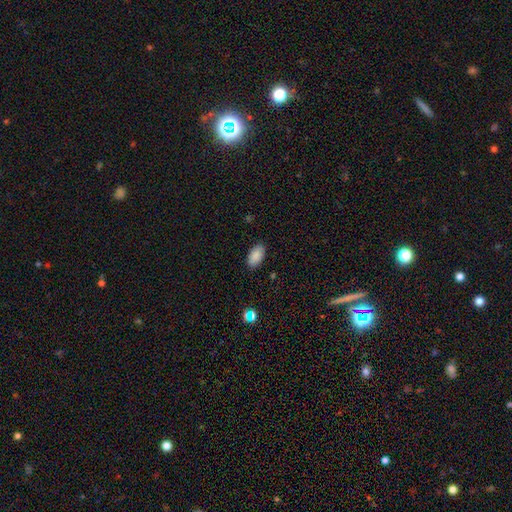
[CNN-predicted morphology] Smooth or featured? smooth (88%)
How rounded? in between (94%)
Merging? none (87%)